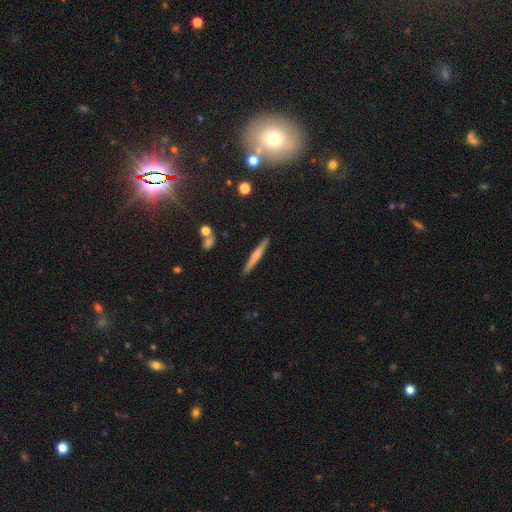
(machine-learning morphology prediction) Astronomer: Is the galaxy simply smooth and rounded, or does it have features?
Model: smooth — 49% (runner-up: featured or disk, 45%).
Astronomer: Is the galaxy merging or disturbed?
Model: none — 90%.